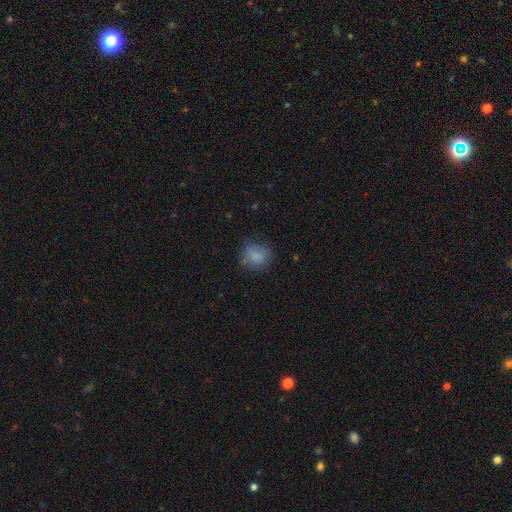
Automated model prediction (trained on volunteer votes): Overall: smooth (77%). How rounded: round (68%; in between 31%). Merging: none (67%).